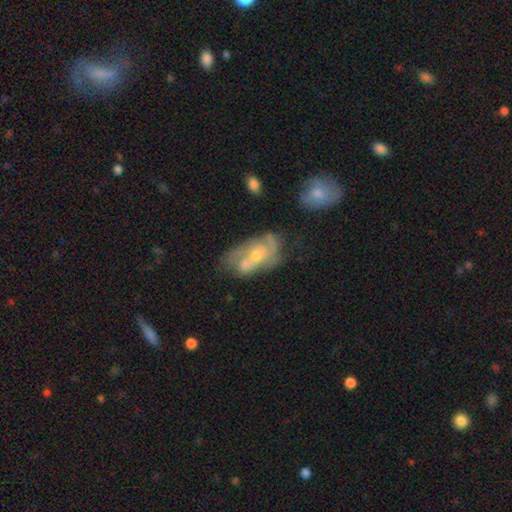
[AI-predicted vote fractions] This appears to be a featured or disk galaxy (64%) with no bar (75%), spiral arms (57%) and a moderate central bulge (50%). Merging: merger (42%).